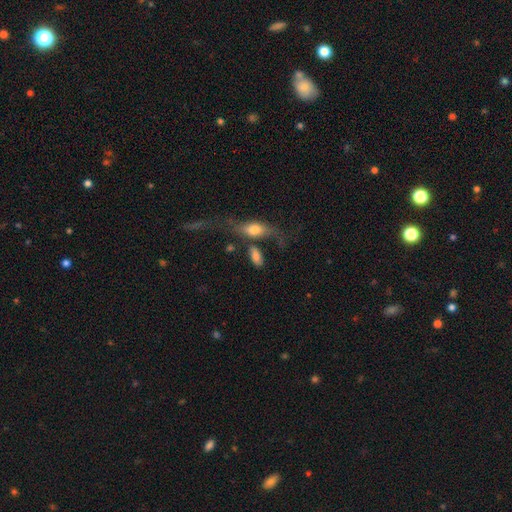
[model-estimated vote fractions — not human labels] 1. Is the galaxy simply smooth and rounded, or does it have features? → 72% smooth, 19% featured or disk, 9% star or artifact.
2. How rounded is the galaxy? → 84% in between, 10% cigar-shaped, 6% round.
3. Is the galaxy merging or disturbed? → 41% none, 28% merger, 16% minor disturbance, 15% major disturbance.